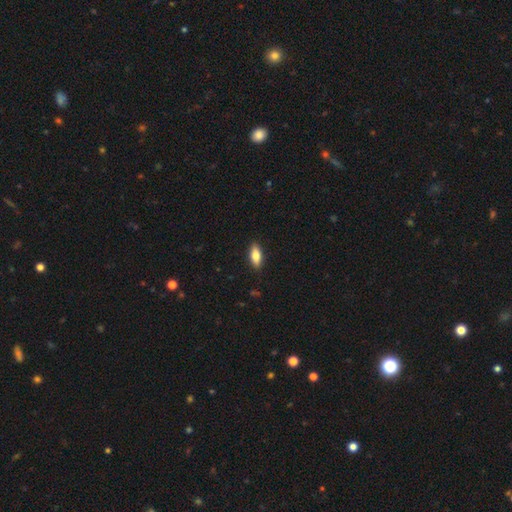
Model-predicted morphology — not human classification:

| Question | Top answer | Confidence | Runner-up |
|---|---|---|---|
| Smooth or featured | smooth | 79% | featured or disk (14%) |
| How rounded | in between | 80% | cigar-shaped (18%) |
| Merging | none | 89% | minor disturbance (8%) |